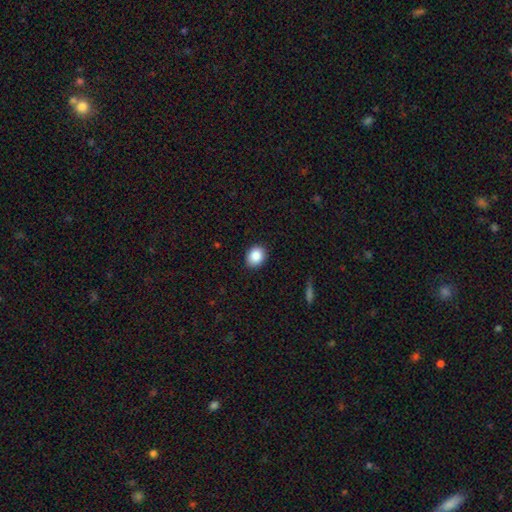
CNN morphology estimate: smooth_or_featured: smooth (p=0.87) [alt: star or artifact p=0.08]
how_rounded: round (p=0.52) [alt: in between p=0.47]
merging: none (p=0.90) [alt: minor disturbance p=0.07]